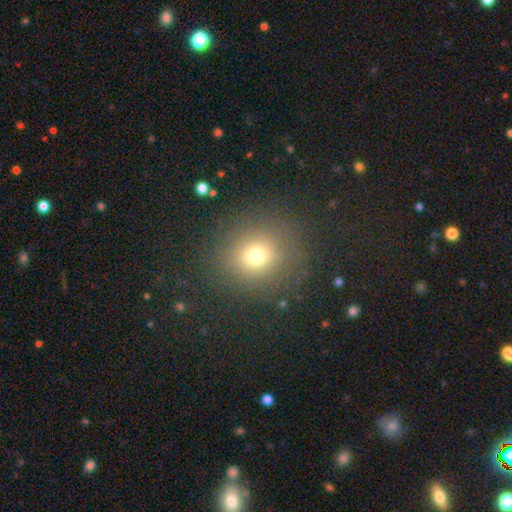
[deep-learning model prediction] smooth_or_featured: smooth (p=0.72) [alt: star or artifact p=0.19]
how_rounded: round (p=0.85) [alt: in between p=0.14]
merging: none (p=0.85) [alt: minor disturbance p=0.08]